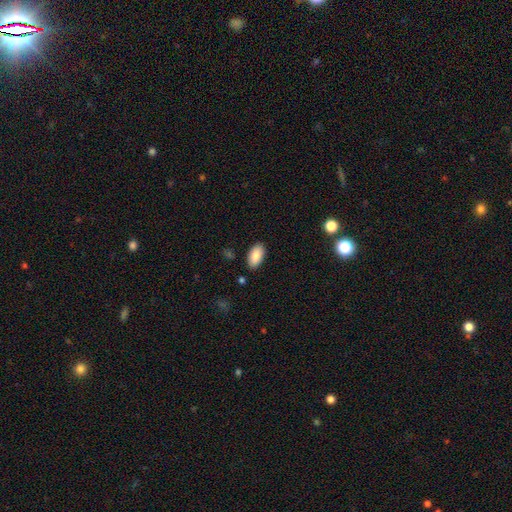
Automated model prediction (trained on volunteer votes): Smooth or featured? Predicted: smooth (p=0.87). How rounded? Predicted: in between (p=0.95). Merging? Predicted: none (p=0.87).